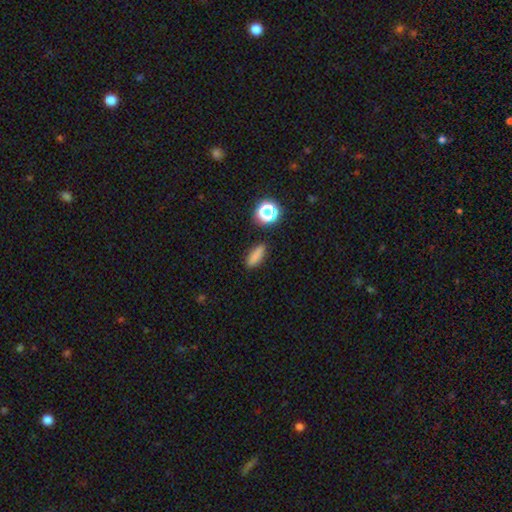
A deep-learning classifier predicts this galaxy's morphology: Overall: smooth (81%). How rounded: cigar-shaped (51%; in between 40%). Merging: none (86%).